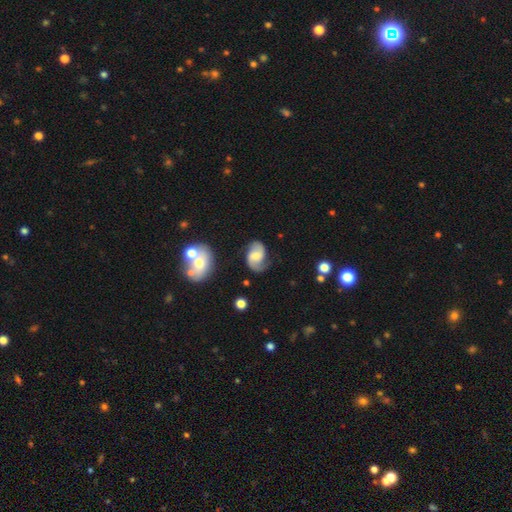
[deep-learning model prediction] featured or disk 76%, smooth 18%, star or artifact 6%. Down the decision tree: edge-on disk — no (98%); bar — no (45%, tied with weak); spiral arms — yes (95%); spiral arm count — 2 (90%); spiral winding — medium (47%); bulge size — moderate (38%); merging — none (71%).